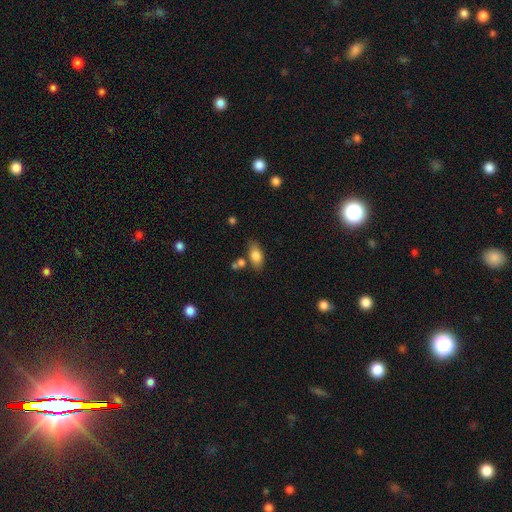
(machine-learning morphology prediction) Overall: smooth (80%). How rounded: in between (86%). Merging: none (71%).